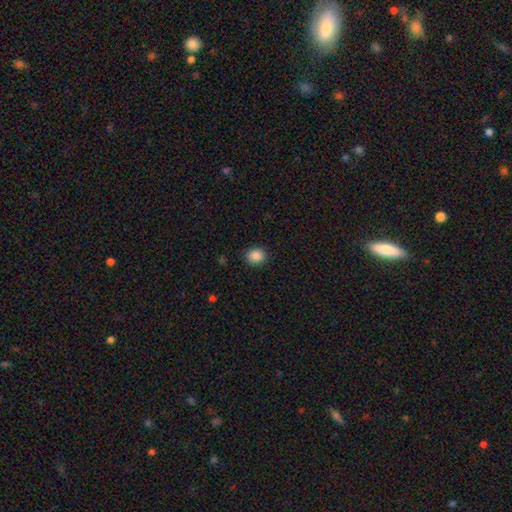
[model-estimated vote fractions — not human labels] Smooth or featured: smooth — 87% (star or artifact — 10%)
How rounded: round — 76% (in between — 23%)
Merging: none — 89% (minor disturbance — 7%)